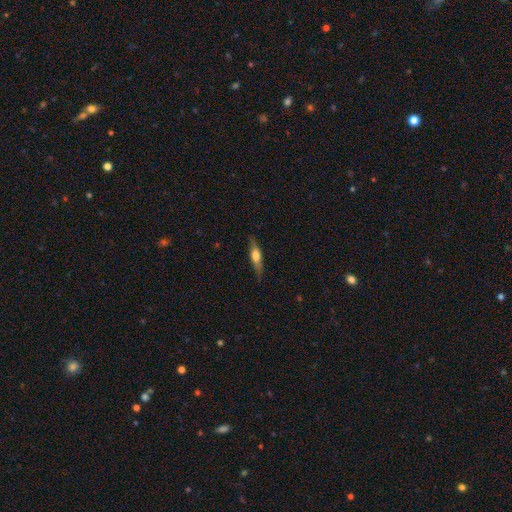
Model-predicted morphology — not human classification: smooth-or-featured: featured or disk: 49% | smooth: 45% | star or artifact: 7%
  merging: none: 80% | minor disturbance: 15% | major disturbance: 4% | merger: 1%